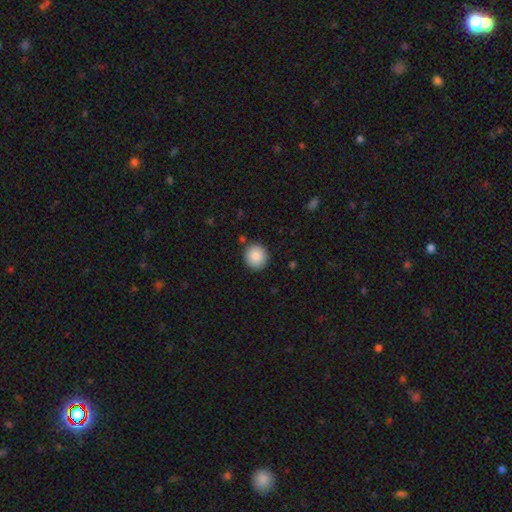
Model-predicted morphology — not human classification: A smooth galaxy with no disk features (88%) that is round (92%).

Vote fractions:
- Smooth or featured? smooth: 88% / star or artifact: 8% / featured or disk: 4%
- How rounded? round: 92% / in between: 7% / cigar-shaped: 1%
- Merging? none: 89% / minor disturbance: 7% / major disturbance: 2% / merger: 2%